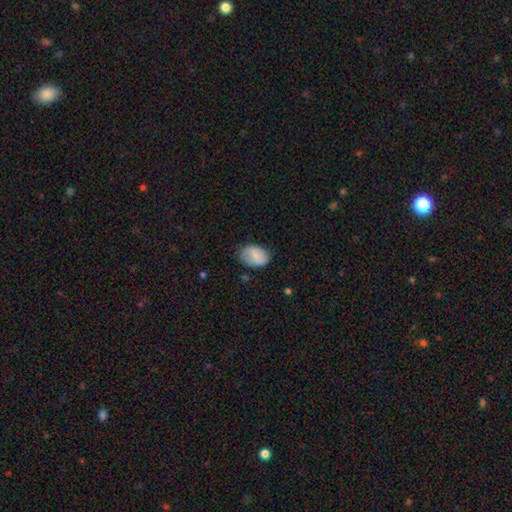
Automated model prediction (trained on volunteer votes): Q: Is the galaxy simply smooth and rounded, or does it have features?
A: smooth — 82%.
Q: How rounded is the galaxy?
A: in between — 85%.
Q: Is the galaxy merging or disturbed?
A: none — 69%.